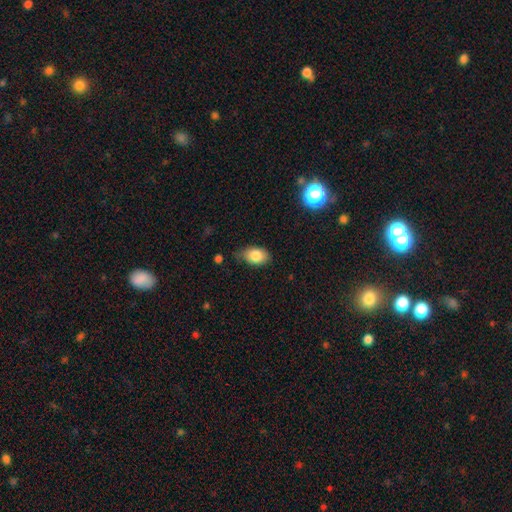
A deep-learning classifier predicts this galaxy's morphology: Smooth or featured? smooth (83%)
How rounded? in between (85%)
Merging? none (63%)